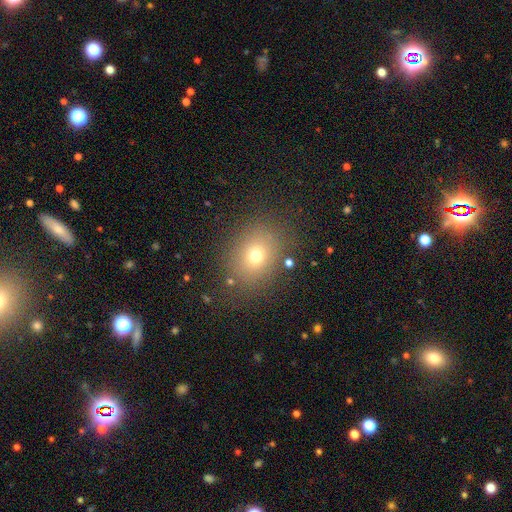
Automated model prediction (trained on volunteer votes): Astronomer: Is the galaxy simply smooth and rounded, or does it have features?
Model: smooth — 69%.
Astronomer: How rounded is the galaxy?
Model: round — 51% (runner-up: in between, 48%).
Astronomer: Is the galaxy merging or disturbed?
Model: none — 81%.